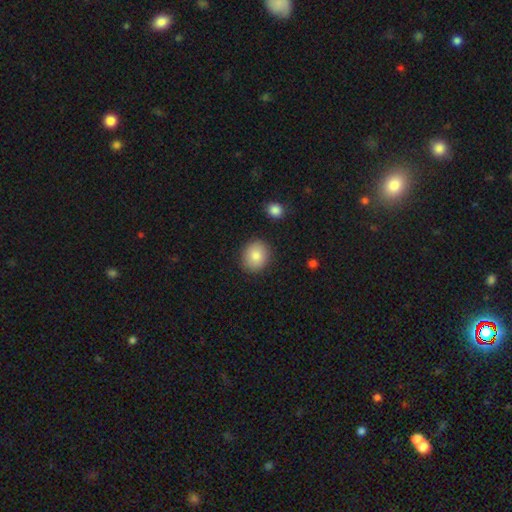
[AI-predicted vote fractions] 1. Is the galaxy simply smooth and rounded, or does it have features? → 84% smooth, 8% star or artifact, 8% featured or disk.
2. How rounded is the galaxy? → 75% round, 24% in between, 1% cigar-shaped.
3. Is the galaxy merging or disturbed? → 88% none, 8% minor disturbance, 2% major disturbance, 2% merger.